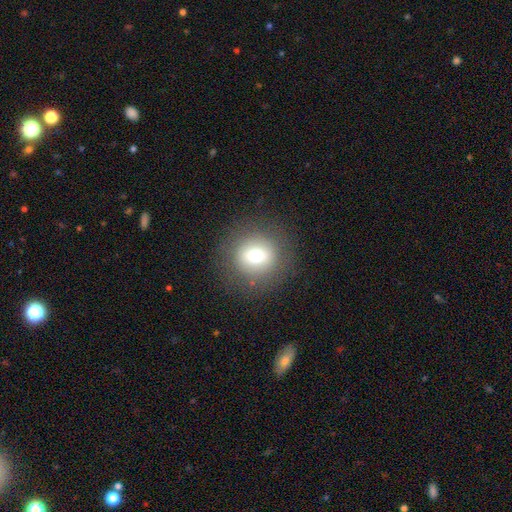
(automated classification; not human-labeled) Overall: smooth (68%). How rounded: round (92%). Merging: none (87%).